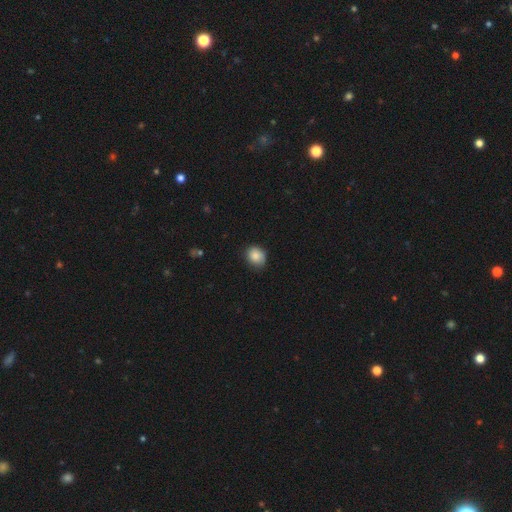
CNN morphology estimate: A smooth galaxy with no disk features (86%) that is round (60%). Merging: none (79%).